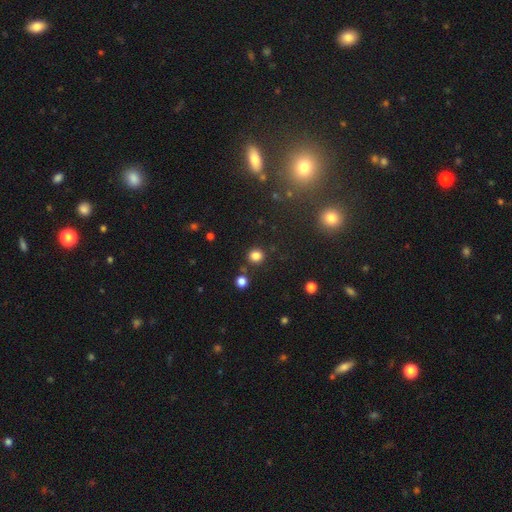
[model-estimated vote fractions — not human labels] smooth-or-featured: smooth: 81% | star or artifact: 14% | featured or disk: 4%
  how-rounded: round: 88% | in between: 11% | cigar-shaped: 1%
  merging: none: 86% | minor disturbance: 7% | merger: 5% | major disturbance: 3%